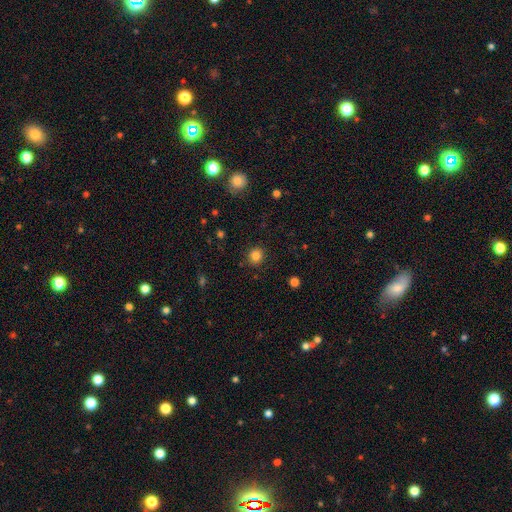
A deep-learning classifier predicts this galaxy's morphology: smooth-or-featured: smooth: 83% | star or artifact: 12% | featured or disk: 4%
  how-rounded: round: 88% | in between: 11% | cigar-shaped: 1%
  merging: none: 90% | minor disturbance: 7% | major disturbance: 2% | merger: 1%